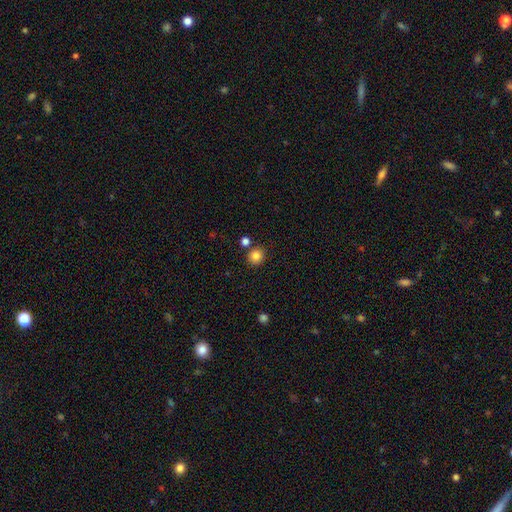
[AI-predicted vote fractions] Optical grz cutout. It shows a smooth galaxy with no disk features (84%) that is round (90%). Merging: none (82%).